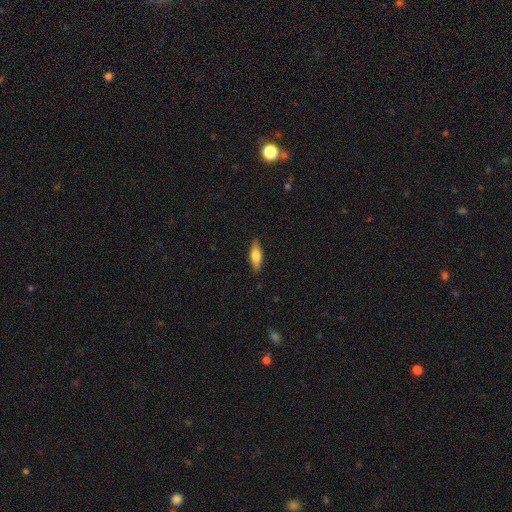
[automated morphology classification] smooth-or-featured: smooth: 65% | featured or disk: 29% | star or artifact: 6%
  how-rounded: in between: 56% | cigar-shaped: 41% | round: 3%
  merging: none: 88% | minor disturbance: 9% | major disturbance: 2% | merger: 1%